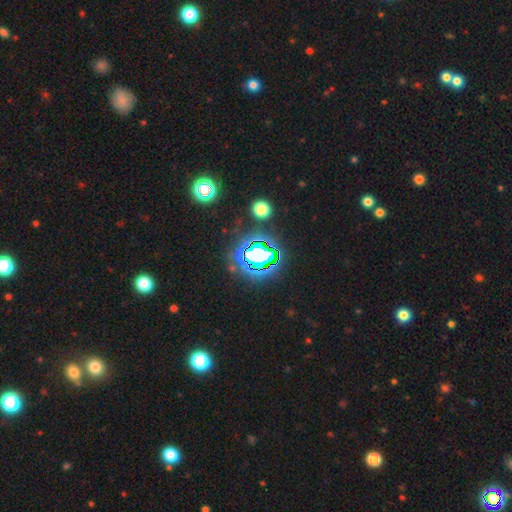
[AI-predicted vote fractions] Smooth or featured: star or artifact — 69% (smooth — 18%)